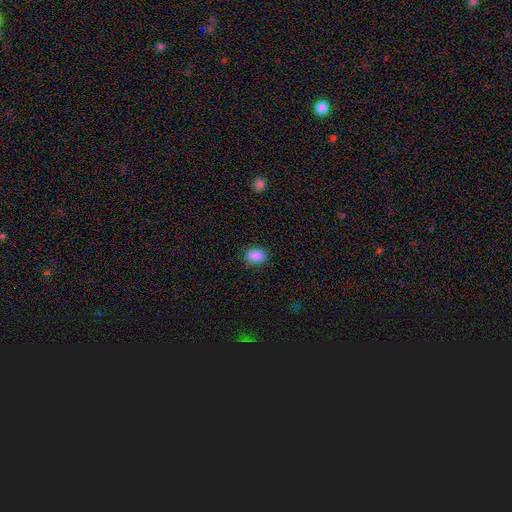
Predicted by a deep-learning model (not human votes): smooth-or-featured: smooth: 89% | star or artifact: 8% | featured or disk: 3%
  how-rounded: in between: 75% | round: 24% | cigar-shaped: 1%
  merging: none: 85% | minor disturbance: 11% | major disturbance: 3% | merger: 1%